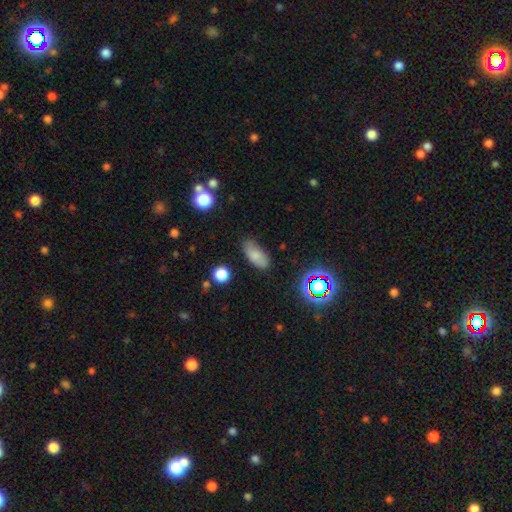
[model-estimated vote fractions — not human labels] A smooth galaxy with no disk features (77%) that is in between round and cigar-shaped (88%). Merging: none (74%).